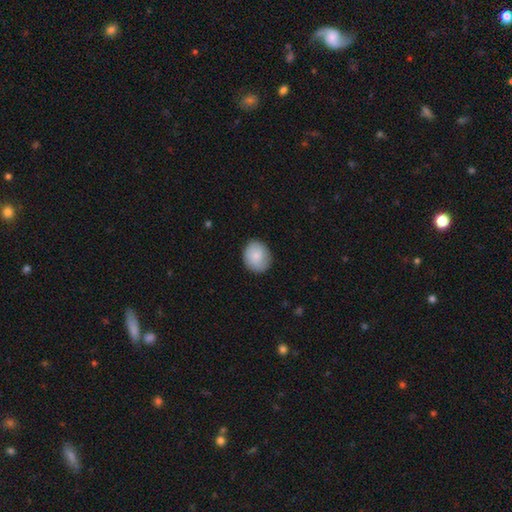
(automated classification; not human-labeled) smooth 82%, featured or disk 12%, star or artifact 6%. Down the decision tree: how rounded — round (69%); merging — none (84%).